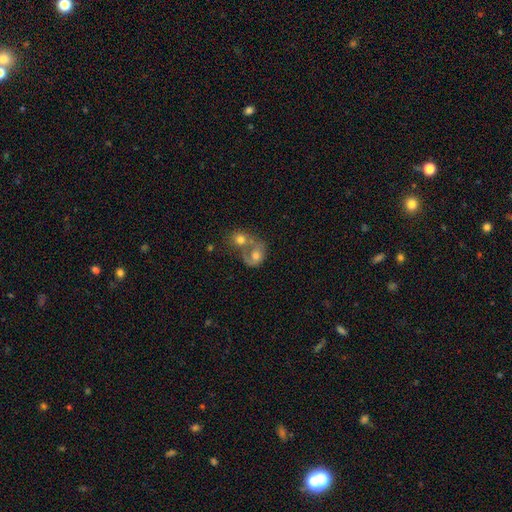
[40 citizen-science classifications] A smooth galaxy with no disk features (50%) that is round (60%). Merging: merger (56%).